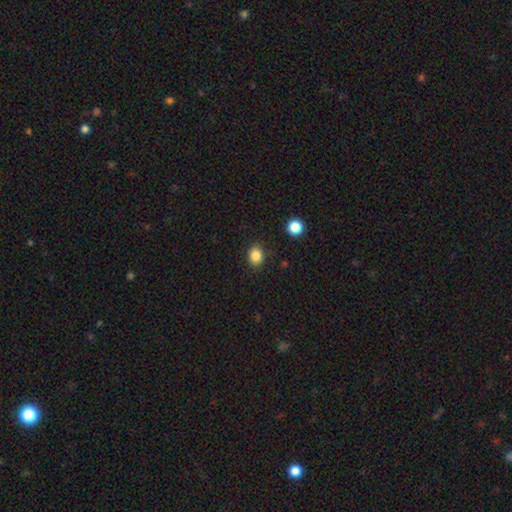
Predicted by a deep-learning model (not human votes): A smooth galaxy with no disk features (85%) that is round (58%). Merging: none (86%).